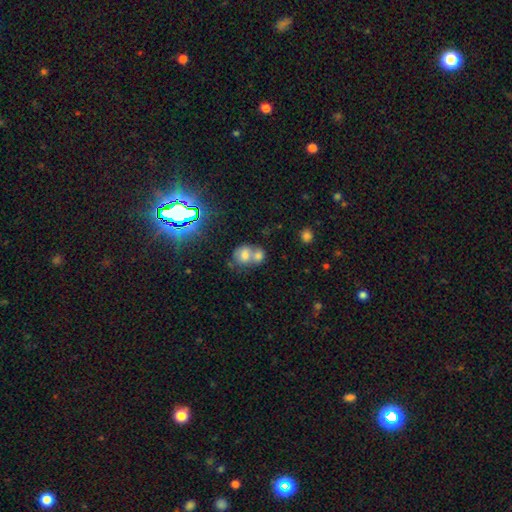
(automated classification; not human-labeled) A smooth galaxy with no disk features (69%) that is round (58%).

Vote fractions:
- Smooth or featured? smooth: 69% / featured or disk: 17% / star or artifact: 14%
- How rounded? round: 58% / in between: 41% / cigar-shaped: 1%
- Merging? merger: 67% / none: 24% / minor disturbance: 6% / major disturbance: 3%